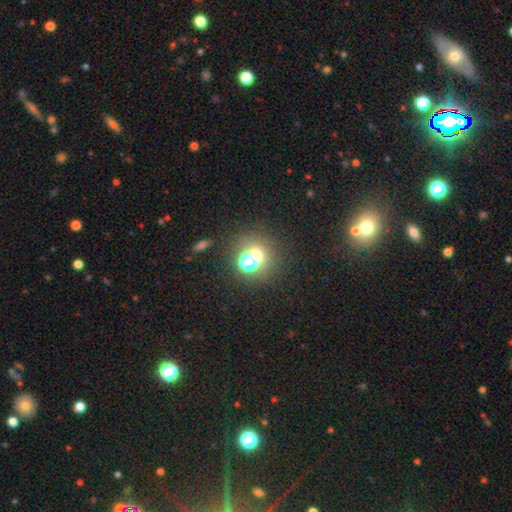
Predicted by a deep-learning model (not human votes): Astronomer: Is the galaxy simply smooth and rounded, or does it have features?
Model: smooth — 50% (runner-up: star or artifact, 37%).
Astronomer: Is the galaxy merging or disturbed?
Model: none — 58%.